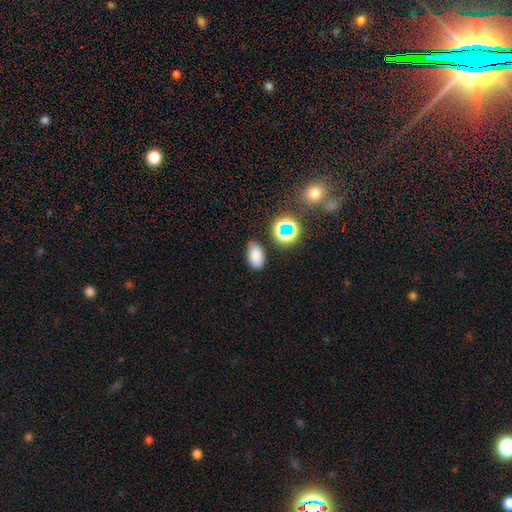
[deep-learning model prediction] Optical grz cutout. It shows a smooth galaxy with no disk features (78%) that is in between round and cigar-shaped (89%). Merging: none (79%).